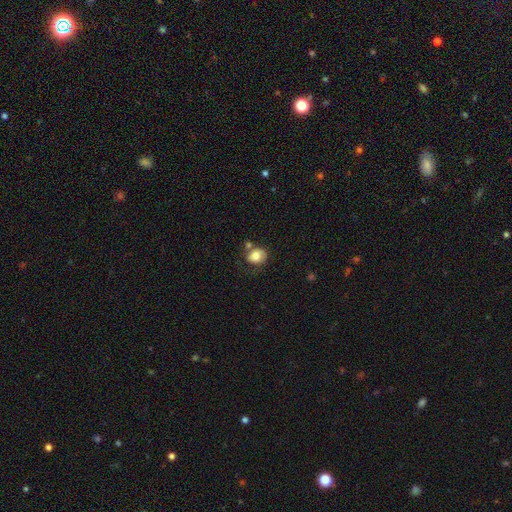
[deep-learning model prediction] A smooth galaxy with no disk features (76%) that is round (61%).

Vote fractions:
- Smooth or featured? smooth: 76% / featured or disk: 15% / star or artifact: 9%
- How rounded? round: 61% / in between: 38% / cigar-shaped: 1%
- Merging? none: 48% / minor disturbance: 23% / merger: 18% / major disturbance: 11%